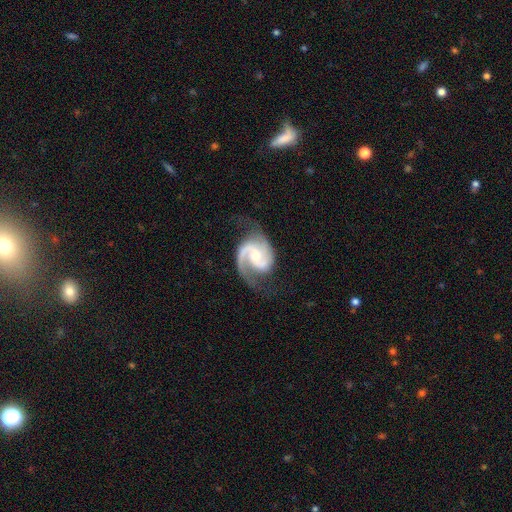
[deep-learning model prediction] This appears to be a featured or disk galaxy (92%) with a weak bar (43%, tied with no), 2 (89%) medium (57%) spiral arms (98%) and a moderate central bulge (55%). Merging: none (66%).